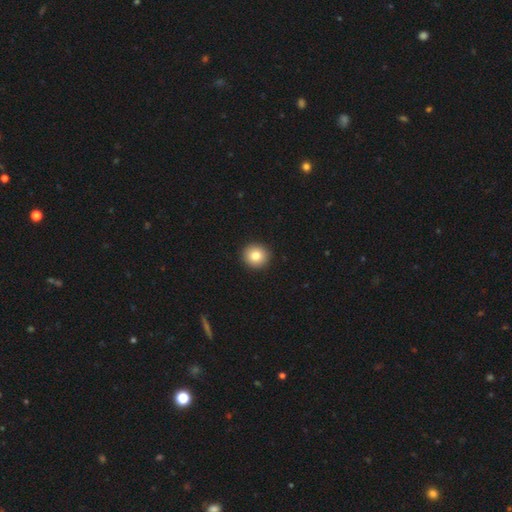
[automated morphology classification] smooth-or-featured: smooth: 82% | star or artifact: 9% | featured or disk: 8%
  how-rounded: round: 93% | in between: 6% | cigar-shaped: 1%
  merging: none: 93% | minor disturbance: 4% | major disturbance: 1% | merger: 1%